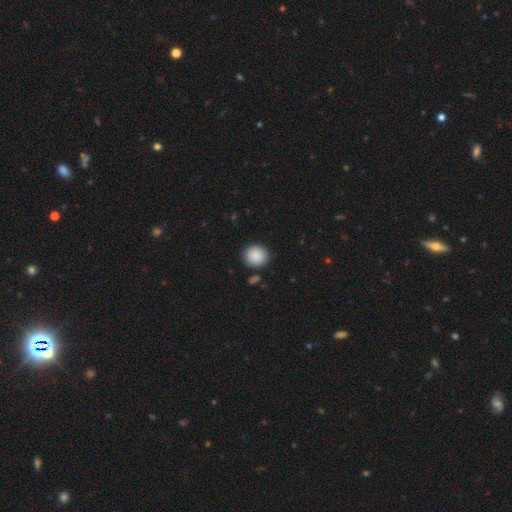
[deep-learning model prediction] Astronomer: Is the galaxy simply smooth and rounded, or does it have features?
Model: smooth — 88%.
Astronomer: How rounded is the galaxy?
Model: round — 86%.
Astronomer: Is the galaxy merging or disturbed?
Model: none — 89%.